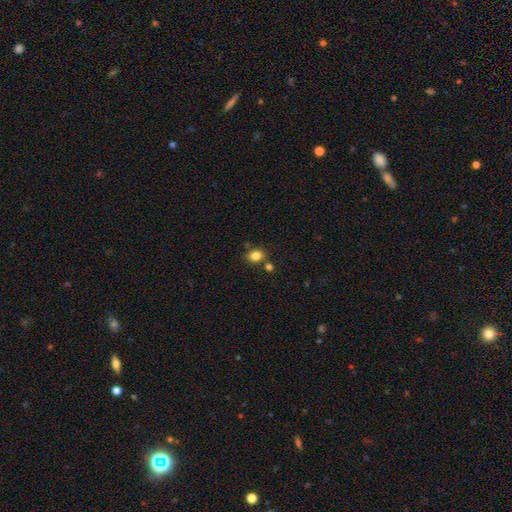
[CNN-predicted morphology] Smooth or featured?
  - smooth: 83% *
  - star or artifact: 11%
  - featured or disk: 6%
How rounded?
  - in between: 60% *
  - round: 39%
  - cigar-shaped: 1%
Merging?
  - none: 73% *
  - merger: 12%
  - minor disturbance: 12%
  - major disturbance: 3%